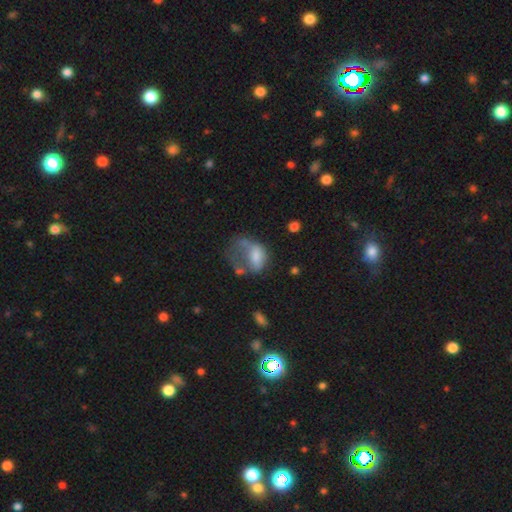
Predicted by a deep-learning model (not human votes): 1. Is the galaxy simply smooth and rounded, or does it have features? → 57% smooth, 32% featured or disk, 10% star or artifact.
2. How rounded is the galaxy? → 78% in between, 19% round, 3% cigar-shaped.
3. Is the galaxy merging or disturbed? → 58% major disturbance, 17% minor disturbance, 17% none, 9% merger.